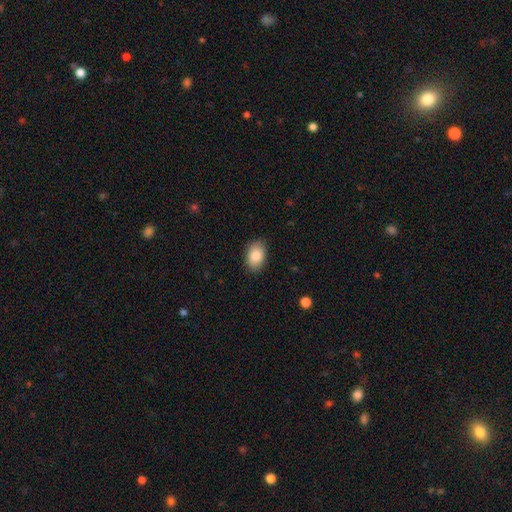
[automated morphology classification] smooth 87%, star or artifact 7%, featured or disk 6%. Down the decision tree: how rounded — in between (86%); merging — none (87%).